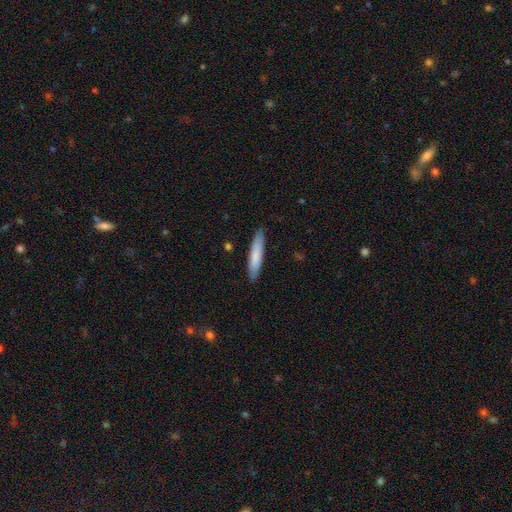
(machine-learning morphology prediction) Smooth or featured? Predicted: smooth (p=0.79). How rounded? Predicted: cigar-shaped (p=0.87). Merging? Predicted: none (p=0.88).